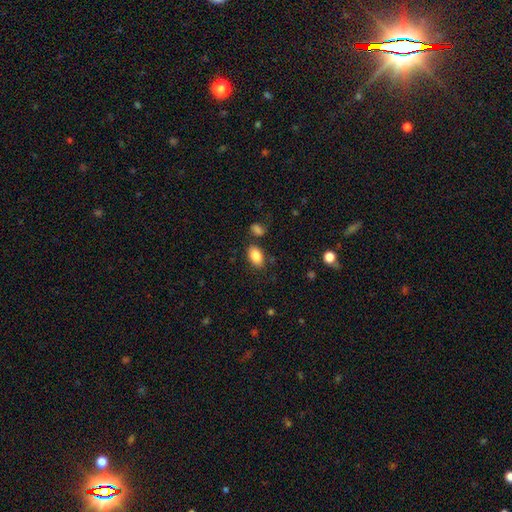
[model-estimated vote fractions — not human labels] A smooth galaxy with no disk features (86%) that is in between round and cigar-shaped (91%). Merging: none (78%).